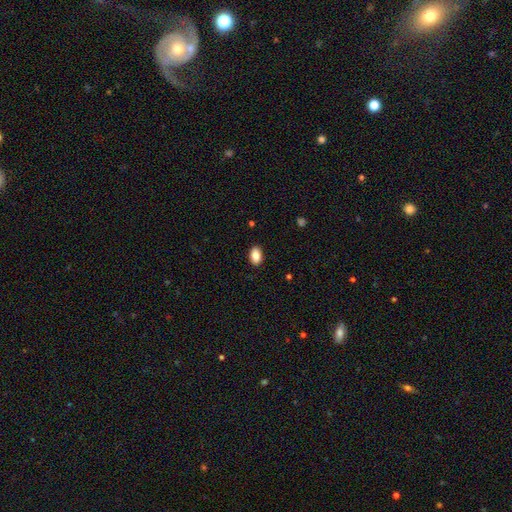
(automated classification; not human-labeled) smooth 87%, star or artifact 8%, featured or disk 6%. Down the decision tree: how rounded — in between (88%); merging — none (89%).